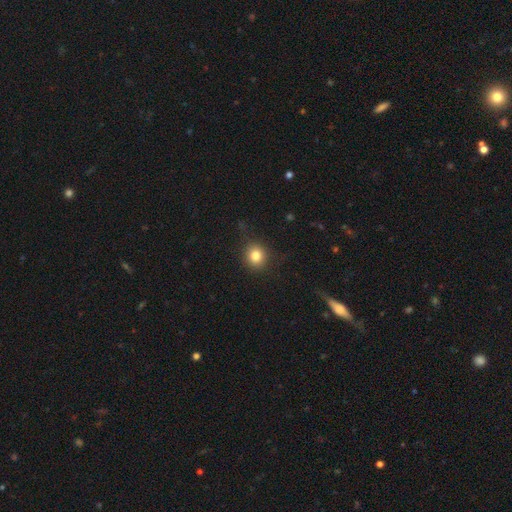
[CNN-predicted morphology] Smooth or featured? smooth (82%)
How rounded? round (87%)
Merging? none (85%)